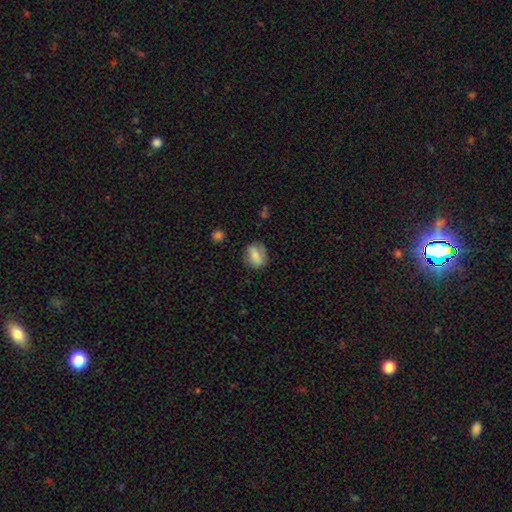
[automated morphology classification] The model was most divided on "how rounded": round: 50%, in between: 48%, cigar-shaped: 3%. More confident: merging — none (72%); smooth or featured — smooth (66%).